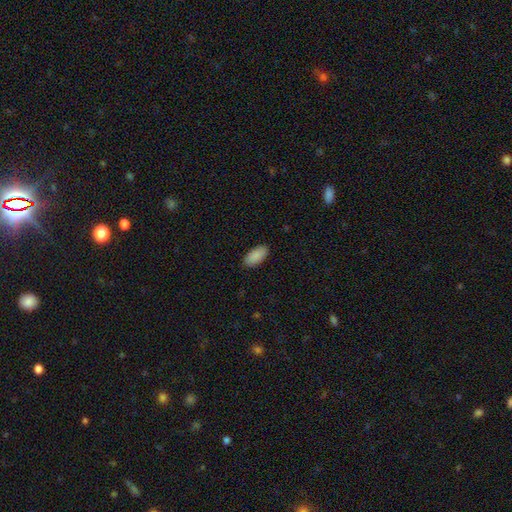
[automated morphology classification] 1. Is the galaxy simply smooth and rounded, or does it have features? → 90% smooth, 6% star or artifact, 4% featured or disk.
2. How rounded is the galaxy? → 92% in between, 6% cigar-shaped, 2% round.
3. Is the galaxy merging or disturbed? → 89% none, 8% minor disturbance, 2% major disturbance, 1% merger.